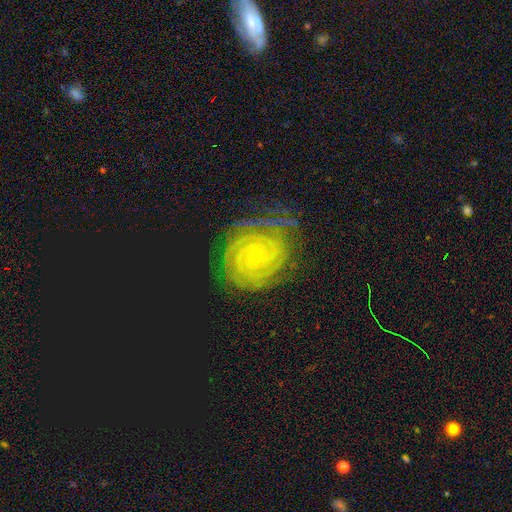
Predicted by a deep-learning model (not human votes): smooth_or_featured: featured or disk (p=0.85) [alt: star or artifact p=0.08]
disk_edge_on: no (p=0.97) [alt: yes p=0.03]
bar: no (p=0.81) [alt: weak p=0.13]
has_spiral_arms: yes (p=0.97) [alt: no p=0.03]
spiral_winding: tight (p=0.88) [alt: medium p=0.10]
spiral_arm_count: can't tell (p=0.24) [alt: 2 p=0.23]
bulge_size: small (p=0.85) [alt: moderate p=0.12]
merging: none (p=0.71) [alt: minor disturbance p=0.19]